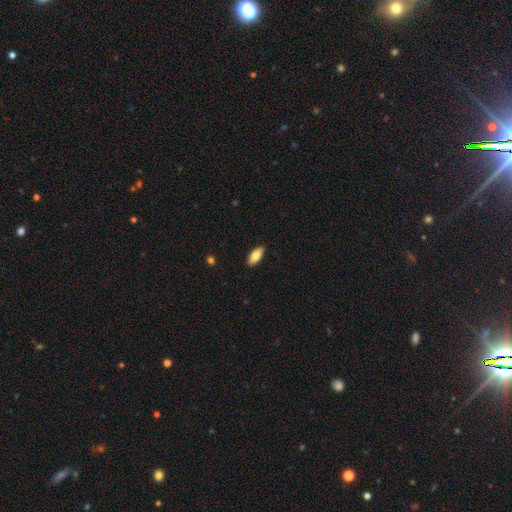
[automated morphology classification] Overall: smooth (82%). How rounded: in between (83%). Merging: none (90%).